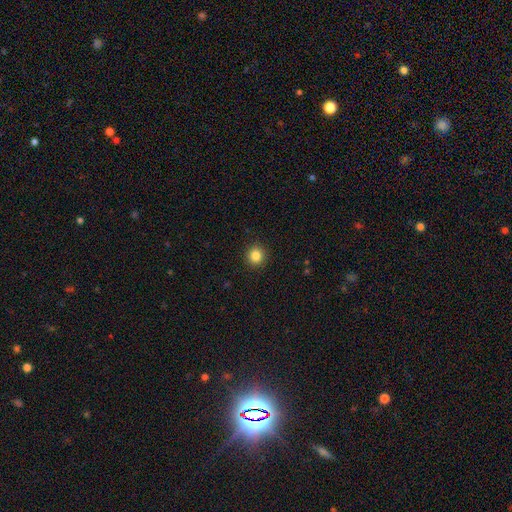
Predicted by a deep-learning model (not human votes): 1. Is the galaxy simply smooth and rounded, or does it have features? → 85% smooth, 11% star or artifact, 5% featured or disk.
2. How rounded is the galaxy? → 92% round, 7% in between, 1% cigar-shaped.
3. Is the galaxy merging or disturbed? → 92% none, 5% minor disturbance, 2% major disturbance, 1% merger.